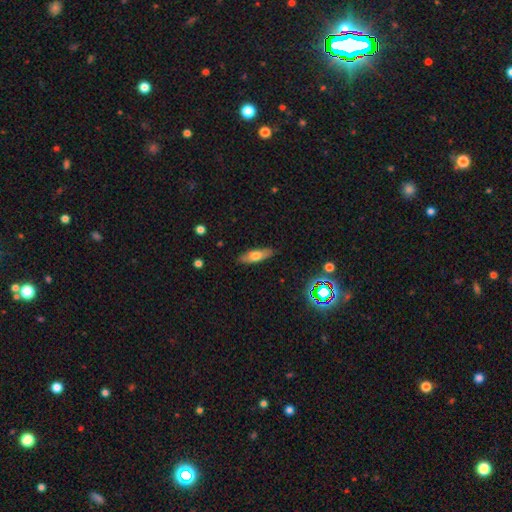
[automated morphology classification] Q: Smooth or featured?
A: smooth (62%); runner-up: featured or disk (29%)
Q: How rounded?
A: in between (54%); runner-up: cigar-shaped (43%)
Q: Merging?
A: none (87%); runner-up: minor disturbance (10%)